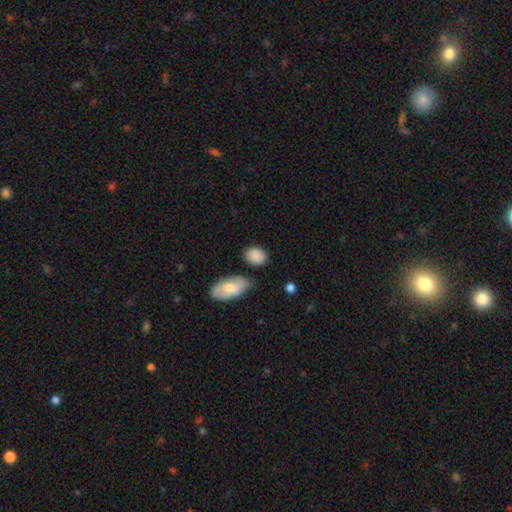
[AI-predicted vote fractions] Overall: smooth (88%). How rounded: in between (67%; round 32%). Merging: none (74%).